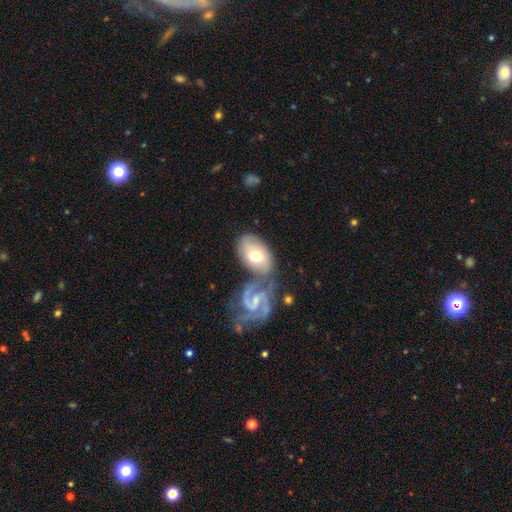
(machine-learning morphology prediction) smooth-or-featured: smooth: 49% | featured or disk: 46% | star or artifact: 6%
  merging: merger: 42% | none: 36% | minor disturbance: 14% | major disturbance: 7%